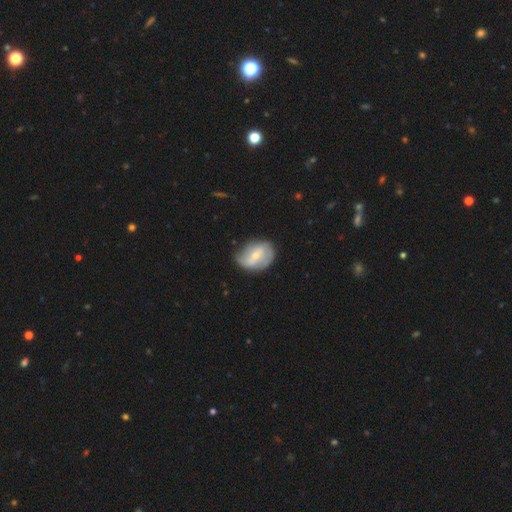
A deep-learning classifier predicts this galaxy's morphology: The model was most divided on "bar": weak: 43%, no: 32%, strong: 25%. More confident: edge-on disk — no (96%); spiral arms — yes (72%); merging — none (63%); smooth or featured — featured or disk (61%); bulge size — small (59%).